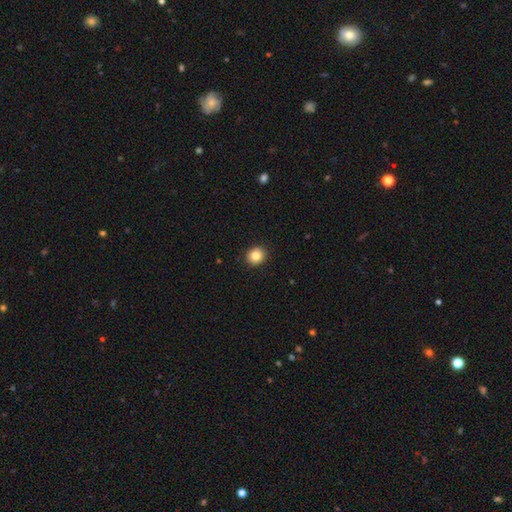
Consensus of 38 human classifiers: This appears to be a smooth galaxy with no disk features (87%) that is round (85%). Merging: none (94%).